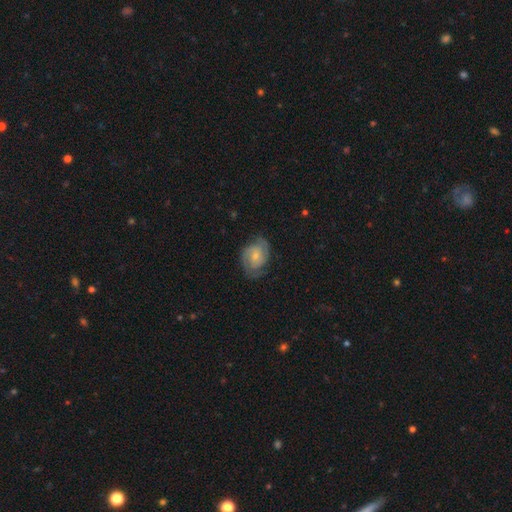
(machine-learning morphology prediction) smooth_or_featured: featured or disk (p=0.72) [alt: smooth p=0.22]
disk_edge_on: no (p=0.97) [alt: yes p=0.03]
bar: no (p=0.63) [alt: weak p=0.32]
has_spiral_arms: yes (p=0.93) [alt: no p=0.07]
spiral_winding: tight (p=0.43) [alt: medium p=0.42]
spiral_arm_count: 2 (p=0.74) [alt: can't tell p=0.12]
bulge_size: small (p=0.61) [alt: moderate p=0.32]
merging: none (p=0.68) [alt: minor disturbance p=0.22]